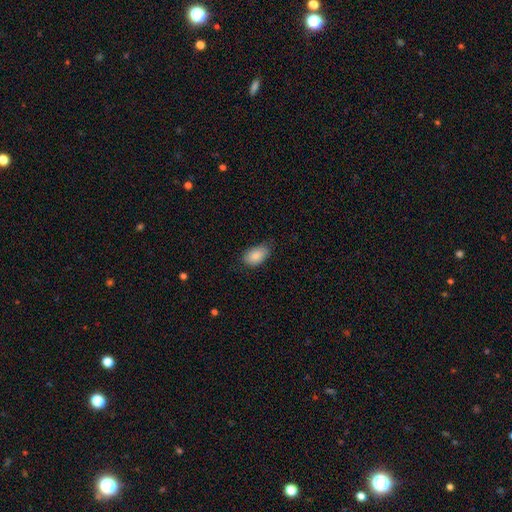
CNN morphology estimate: Smooth or featured? smooth (88%)
How rounded? in between (93%)
Merging? none (68%)